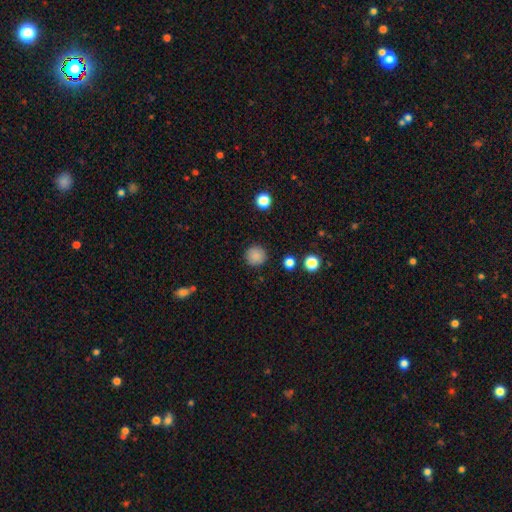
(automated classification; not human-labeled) Smooth or featured: smooth — 86% (star or artifact — 10%)
How rounded: round — 95% (in between — 4%)
Merging: none — 90% (minor disturbance — 6%)